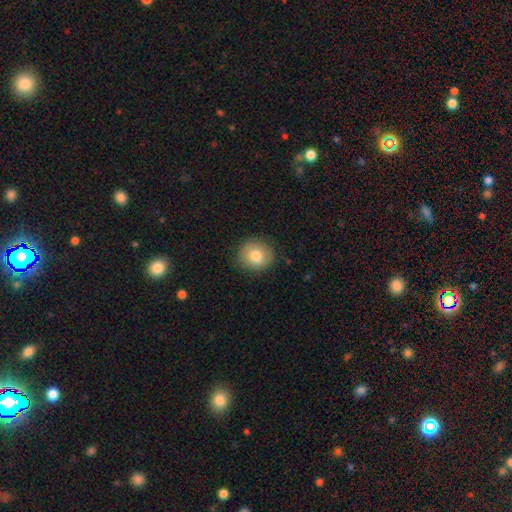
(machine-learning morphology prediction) A smooth galaxy with no disk features (78%) that is round (79%). Merging: none (79%).